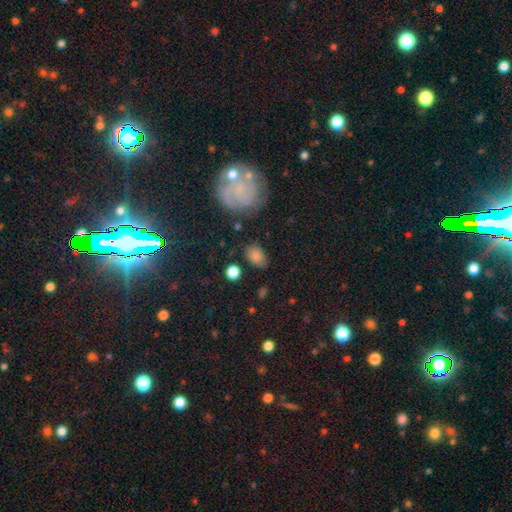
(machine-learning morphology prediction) smooth 81%, star or artifact 10%, featured or disk 9%. Down the decision tree: how rounded — in between (82%); merging — none (73%).